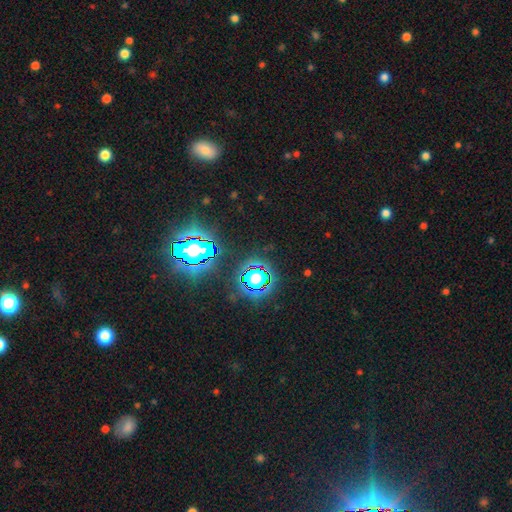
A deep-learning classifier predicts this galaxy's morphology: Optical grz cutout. It shows a star or artifact, not a galaxy (82%).